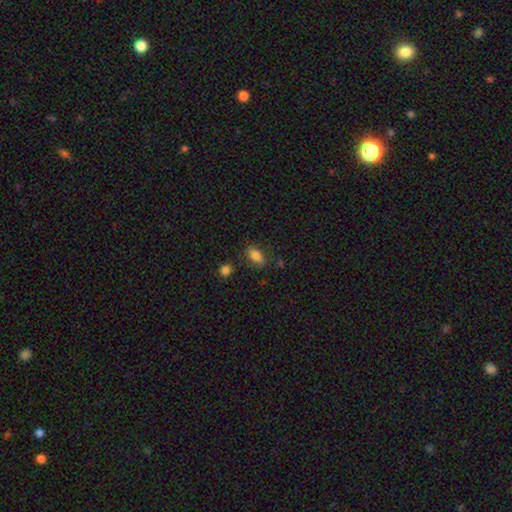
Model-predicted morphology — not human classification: smooth 82%, featured or disk 9%, star or artifact 9%. Down the decision tree: how rounded — in between (88%); merging — none (77%).